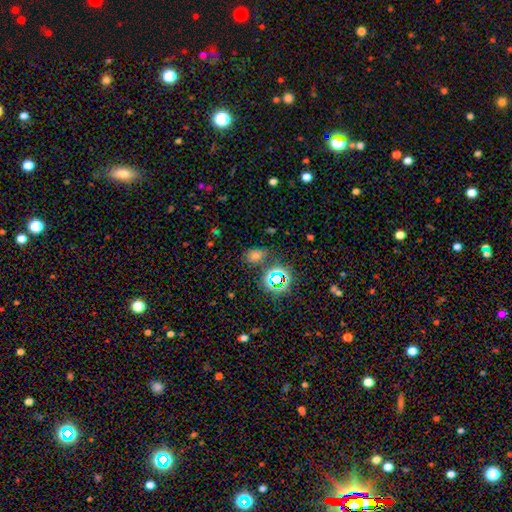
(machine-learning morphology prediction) smooth-or-featured: smooth: 52% | star or artifact: 40% | featured or disk: 9%
  how-rounded: in between: 54% | round: 45% | cigar-shaped: 2%
  merging: none: 76% | minor disturbance: 12% | merger: 7% | major disturbance: 4%